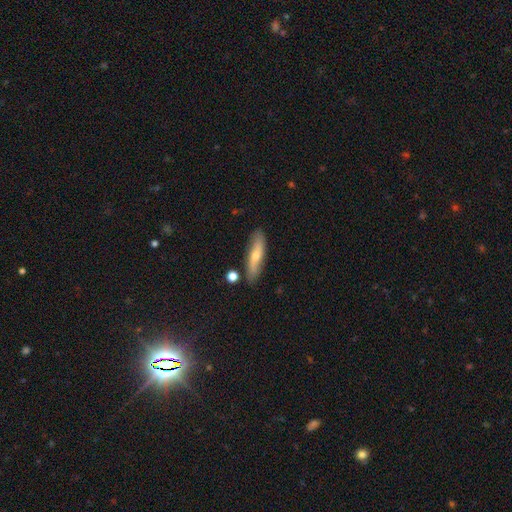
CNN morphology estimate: Q: Smooth or featured?
A: smooth (57%); runner-up: featured or disk (37%)
Q: How rounded?
A: cigar-shaped (72%); runner-up: in between (25%)
Q: Merging?
A: none (82%); runner-up: minor disturbance (12%)